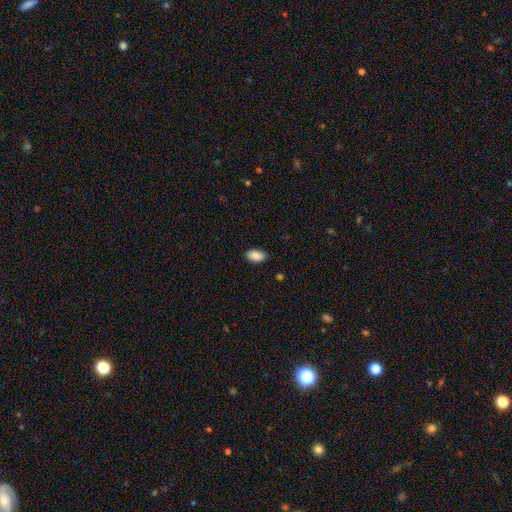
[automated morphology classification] smooth 89%, star or artifact 7%, featured or disk 4%. Down the decision tree: how rounded — in between (94%); merging — none (88%).